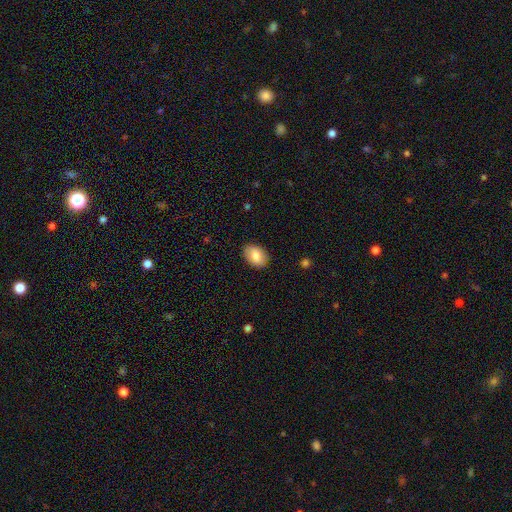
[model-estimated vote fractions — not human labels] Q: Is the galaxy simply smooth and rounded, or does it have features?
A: smooth — 83%.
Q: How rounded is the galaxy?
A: in between — 83%.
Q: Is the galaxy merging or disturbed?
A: none — 87%.